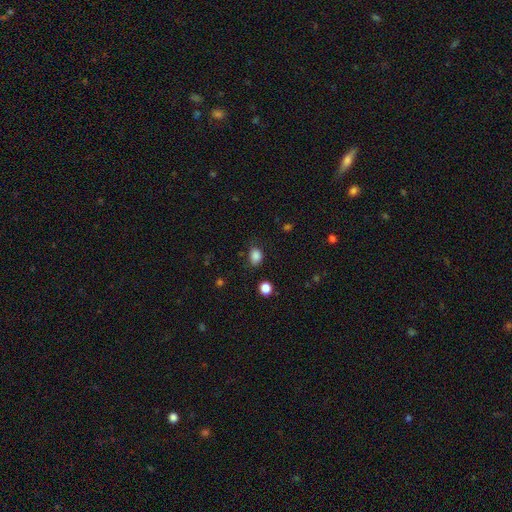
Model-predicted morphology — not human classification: type=smooth (85%); roundness=in between (63%); merging=none (73%).